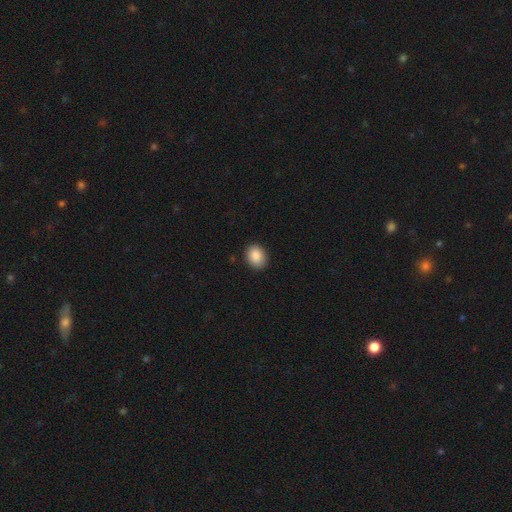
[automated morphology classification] Overall: smooth (88%). How rounded: in between (54%; round 45%). Merging: none (89%).